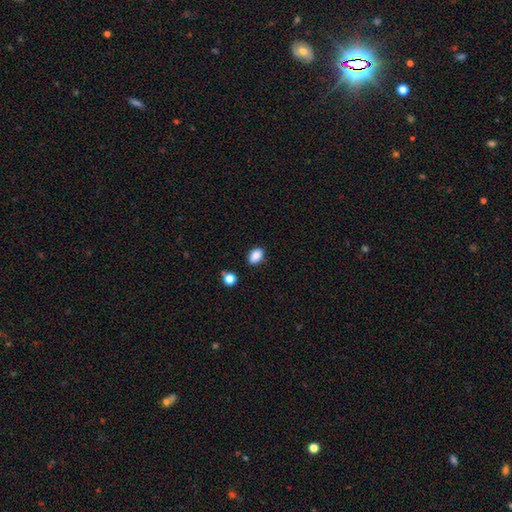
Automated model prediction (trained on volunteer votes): Overall: smooth (88%). How rounded: in between (83%). Merging: none (85%).